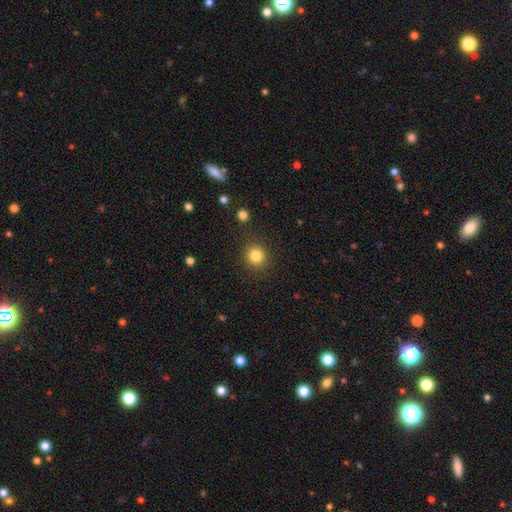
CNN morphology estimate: This is clearly a smooth galaxy (83%). How rounded: clearly round (90%). Merging: clearly none (88%).